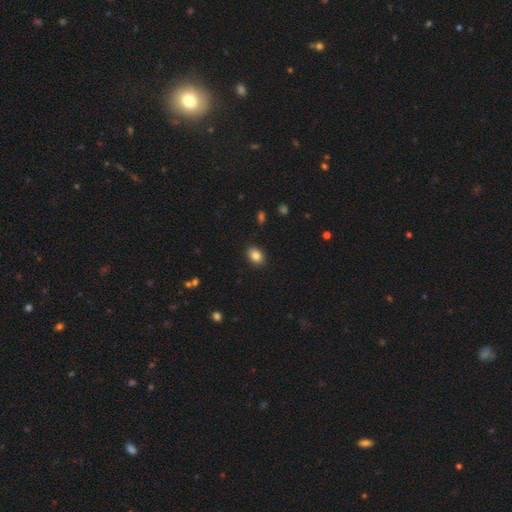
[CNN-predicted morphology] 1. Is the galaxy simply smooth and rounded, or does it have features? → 84% smooth, 9% star or artifact, 6% featured or disk.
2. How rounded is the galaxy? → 74% in between, 25% round, 1% cigar-shaped.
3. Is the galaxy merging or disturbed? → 89% none, 8% minor disturbance, 2% major disturbance, 1% merger.